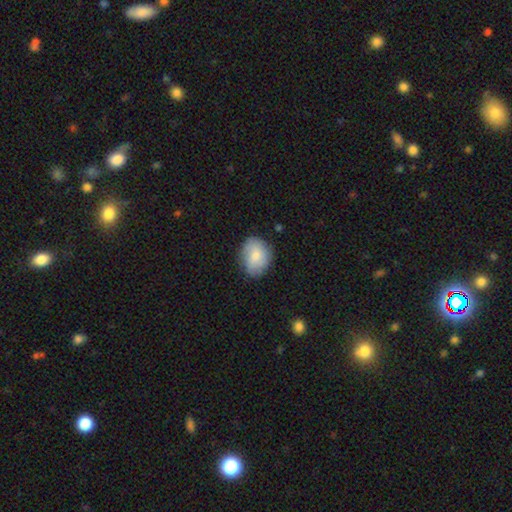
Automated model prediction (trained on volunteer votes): smooth-or-featured: smooth: 78% | featured or disk: 16% | star or artifact: 7%
  how-rounded: in between: 54% | round: 45% | cigar-shaped: 1%
  merging: none: 75% | minor disturbance: 19% | major disturbance: 4% | merger: 1%